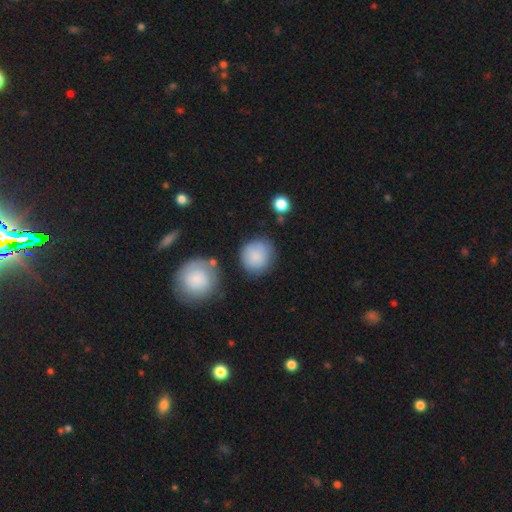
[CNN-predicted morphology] smooth-or-featured: smooth: 85% | featured or disk: 8% | star or artifact: 7%
  how-rounded: round: 87% | in between: 12% | cigar-shaped: 1%
  merging: none: 72% | minor disturbance: 16% | merger: 6% | major disturbance: 5%